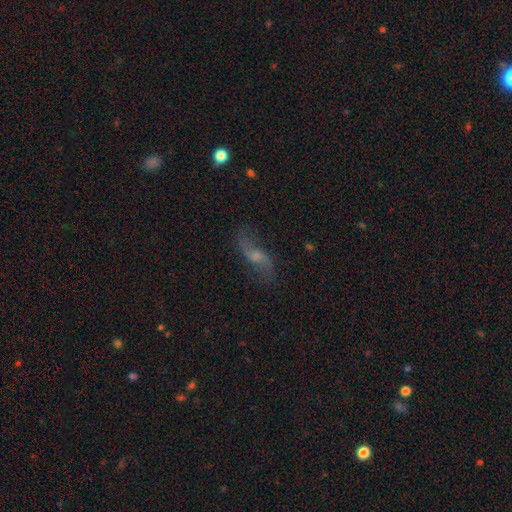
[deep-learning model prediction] The model was most divided on "bulge size": small: 43%, moderate: 39%, none: 13%, large: 5%, dominant: 1%. Remaining: spiral arms — yes (91%); spiral arm count — 2 (90%); edge-on disk — no (88%); spiral winding — loose (84%); merging — none (76%); smooth or featured — featured or disk (71%); bar — no (46%).